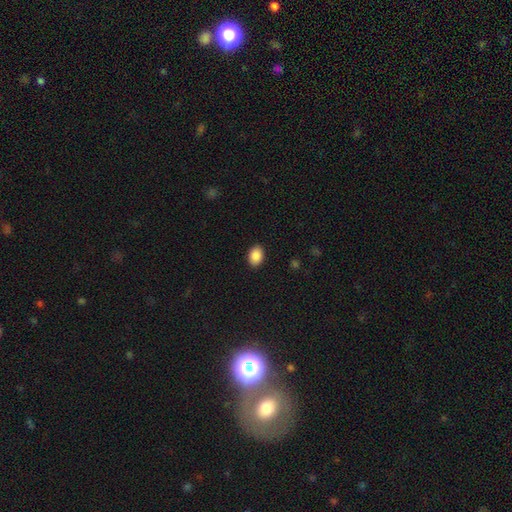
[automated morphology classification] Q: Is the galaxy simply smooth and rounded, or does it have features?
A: smooth — 89%.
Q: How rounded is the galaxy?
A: in between — 77%.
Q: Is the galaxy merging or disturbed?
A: none — 90%.